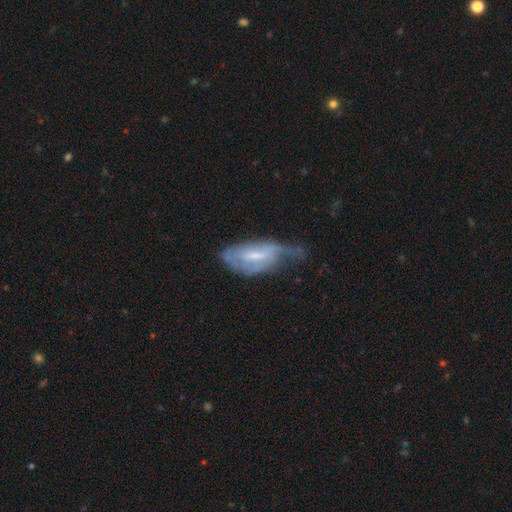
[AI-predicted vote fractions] Smooth or featured? Predicted: featured or disk (p=0.56). Edge-on disk? Predicted: no (p=0.89). Merging? Predicted: minor disturbance (p=0.38).